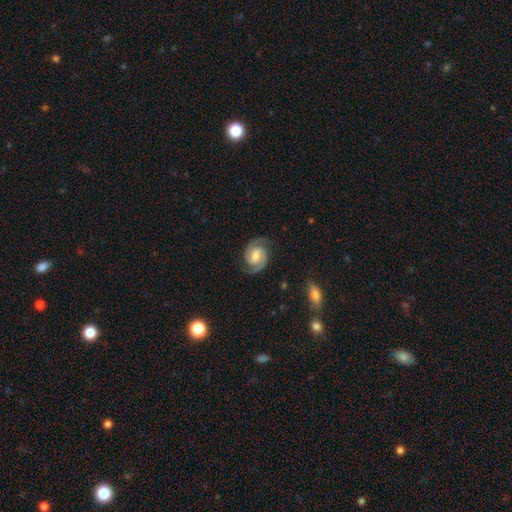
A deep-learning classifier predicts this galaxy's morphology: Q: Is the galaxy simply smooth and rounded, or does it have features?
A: featured or disk — 89%.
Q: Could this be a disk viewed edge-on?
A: no — 98%.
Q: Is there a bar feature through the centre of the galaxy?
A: weak — 50%.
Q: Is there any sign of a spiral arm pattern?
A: yes — 98%.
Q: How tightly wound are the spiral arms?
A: tight — 47%.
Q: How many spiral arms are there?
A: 2 — 94%.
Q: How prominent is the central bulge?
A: moderate — 53%.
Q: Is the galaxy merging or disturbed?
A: none — 84%.